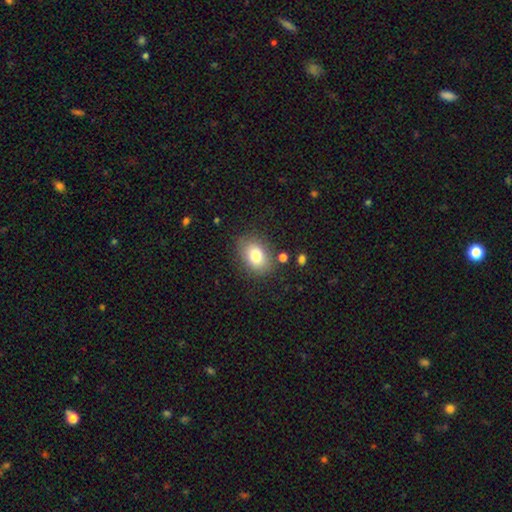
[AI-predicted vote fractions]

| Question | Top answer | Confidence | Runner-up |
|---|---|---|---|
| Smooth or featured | smooth | 78% | featured or disk (13%) |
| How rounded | in between | 71% | round (27%) |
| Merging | none | 80% | minor disturbance (13%) |